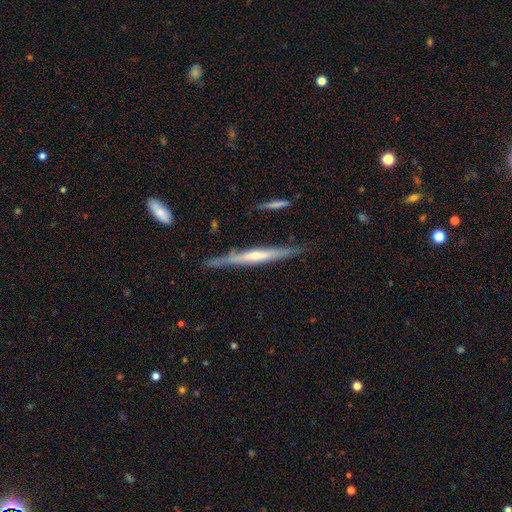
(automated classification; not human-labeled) featured or disk 74%, smooth 20%, star or artifact 6%. Down the decision tree: edge-on disk — yes (96%); edge-on bulge — rounded (66%); merging — none (83%).